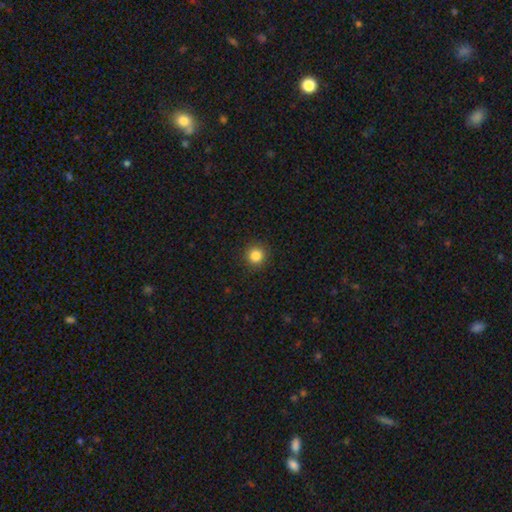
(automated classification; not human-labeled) Overall: smooth (85%). How rounded: round (95%). Merging: none (92%).